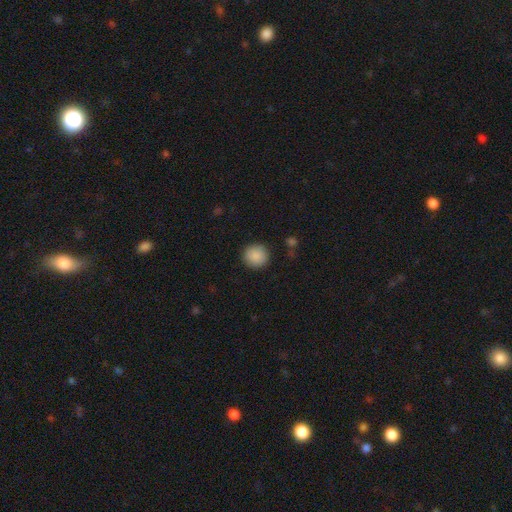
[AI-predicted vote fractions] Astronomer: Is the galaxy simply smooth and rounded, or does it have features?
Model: smooth — 90%.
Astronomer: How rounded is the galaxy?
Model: round — 93%.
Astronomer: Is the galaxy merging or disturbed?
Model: none — 90%.